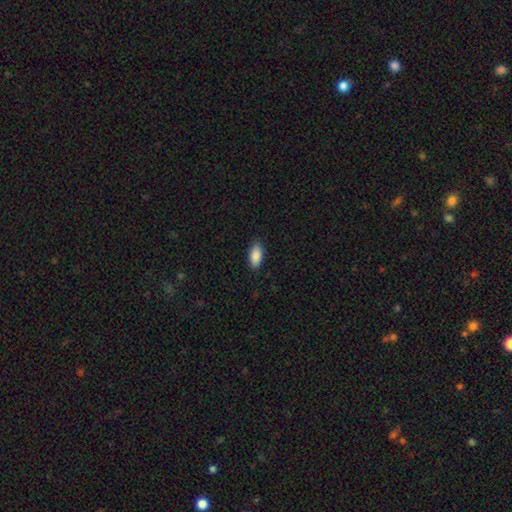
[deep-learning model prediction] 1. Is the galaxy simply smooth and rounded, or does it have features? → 88% smooth, 7% star or artifact, 5% featured or disk.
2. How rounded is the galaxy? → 91% in between, 7% cigar-shaped, 2% round.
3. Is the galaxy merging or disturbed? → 88% none, 9% minor disturbance, 2% major disturbance, 1% merger.